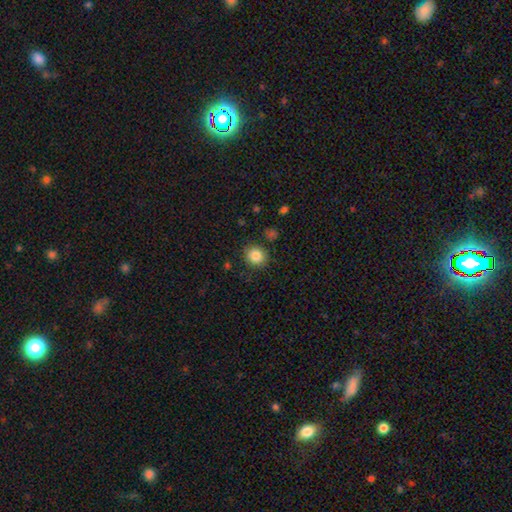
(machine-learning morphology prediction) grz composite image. It shows a smooth galaxy with no disk features (84%) that is round (81%). Merging: none (87%).